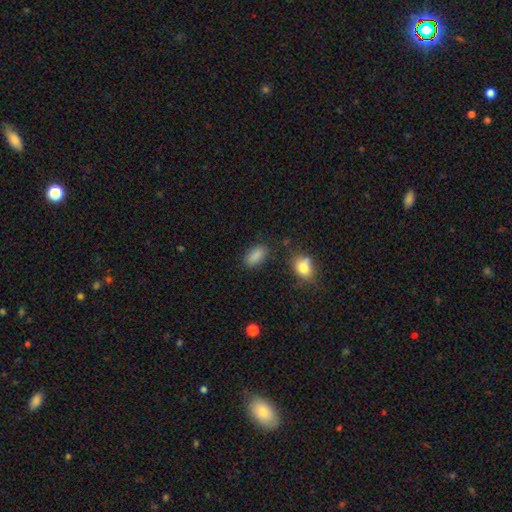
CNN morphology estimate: This appears to be a smooth galaxy with no disk features (88%) that is in between round and cigar-shaped (91%). Merging: none (81%).